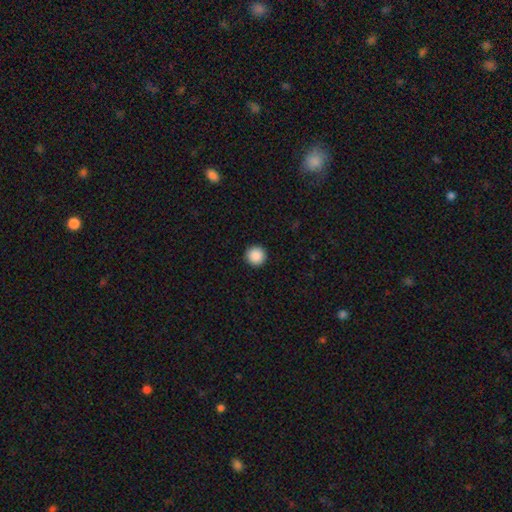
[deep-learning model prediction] Morphology: type=smooth (89%); roundness=round (97%); merging=none (93%).